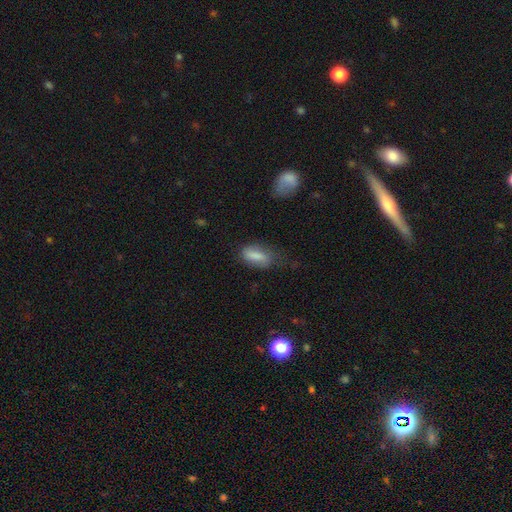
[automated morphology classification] A smooth galaxy with no disk features (78%) that is in between round and cigar-shaped (82%). Merging: none (54%).